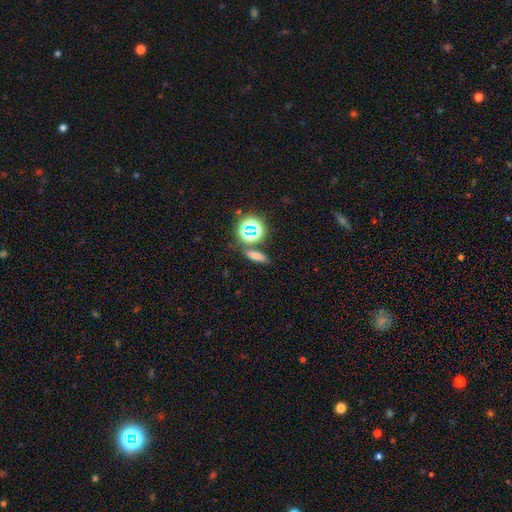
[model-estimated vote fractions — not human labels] Q: Smooth or featured?
A: smooth (62%); runner-up: star or artifact (25%)
Q: How rounded?
A: cigar-shaped (43%); runner-up: in between (41%)
Q: Merging?
A: none (76%); runner-up: minor disturbance (10%)